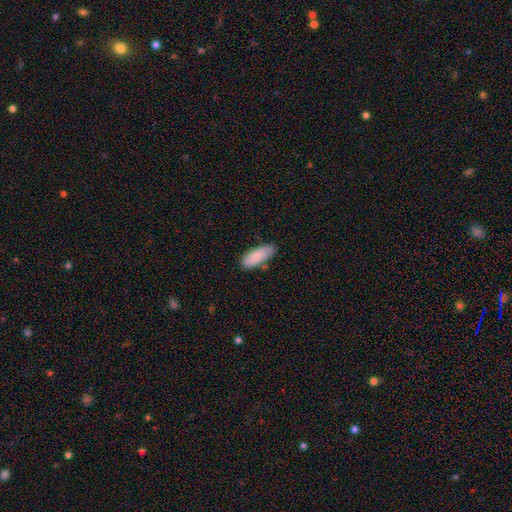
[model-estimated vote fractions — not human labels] Smooth or featured: smooth — 85% (featured or disk — 8%)
How rounded: in between — 72% (cigar-shaped — 26%)
Merging: none — 76% (minor disturbance — 18%)